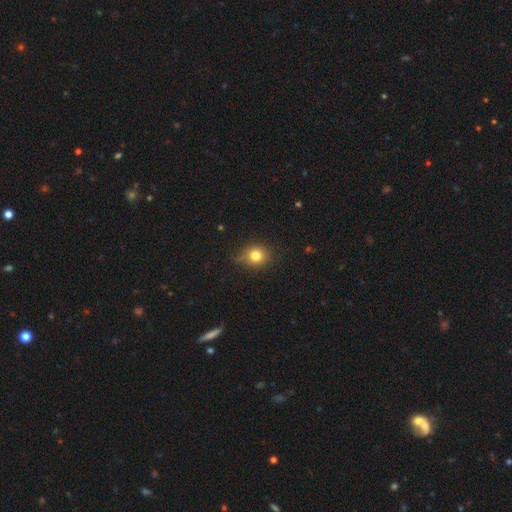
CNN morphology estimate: Smooth or featured? Predicted: smooth (p=0.79). How rounded? Predicted: round (p=0.73). Merging? Predicted: none (p=0.72).